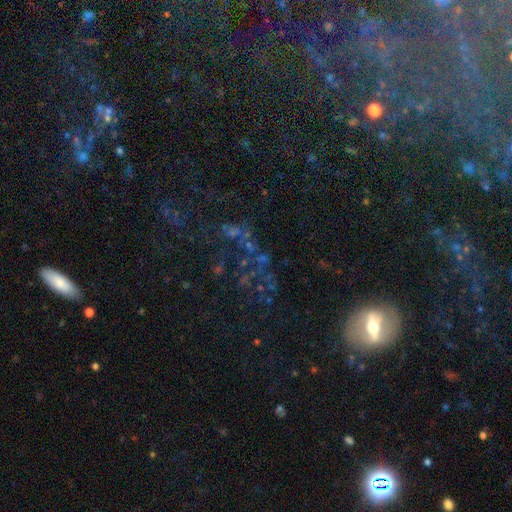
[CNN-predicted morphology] The model was most divided on "smooth or featured": star or artifact: 51%, featured or disk: 26%, smooth: 23%.